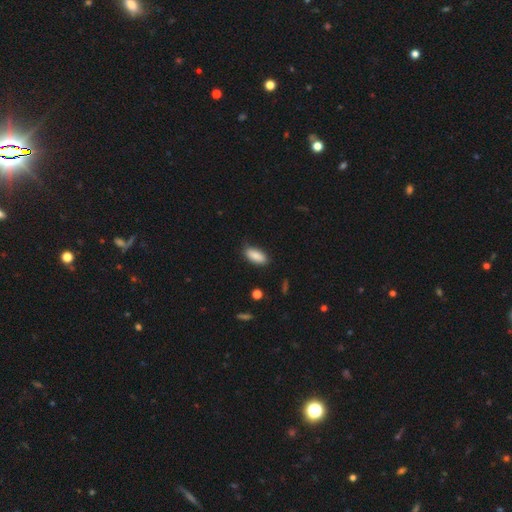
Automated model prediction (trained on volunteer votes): Overall: smooth (88%). How rounded: in between (86%). Merging: none (81%).